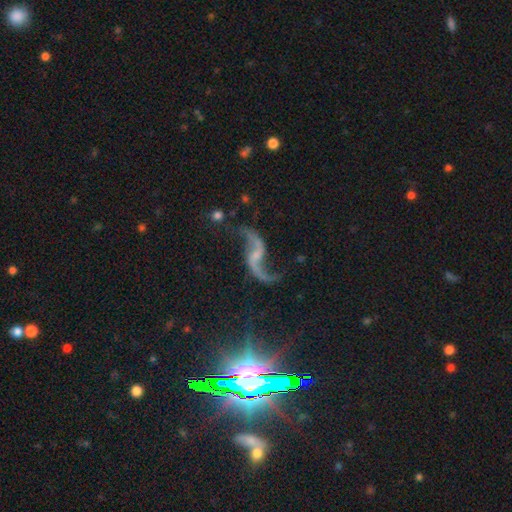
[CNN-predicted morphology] featured or disk 87%, star or artifact 8%, smooth 4%. Down the decision tree: edge-on disk — no (96%); bar — no (49%); spiral arms — yes (96%); spiral arm count — 2 (93%); spiral winding — loose (94%); bulge size — small (43%); merging — none (70%).